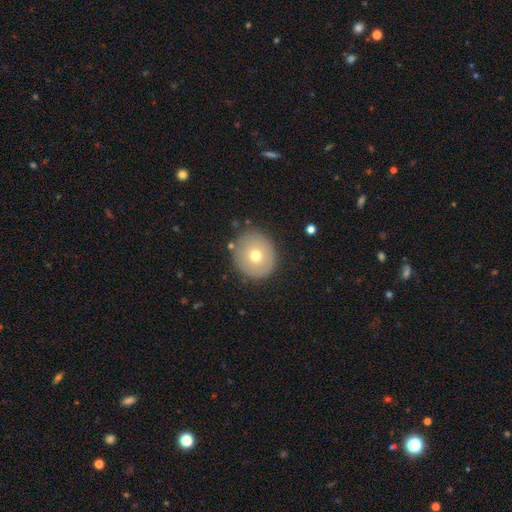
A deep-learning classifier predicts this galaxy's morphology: A smooth galaxy with no disk features (66%) that is round (88%). Merging: none (85%).